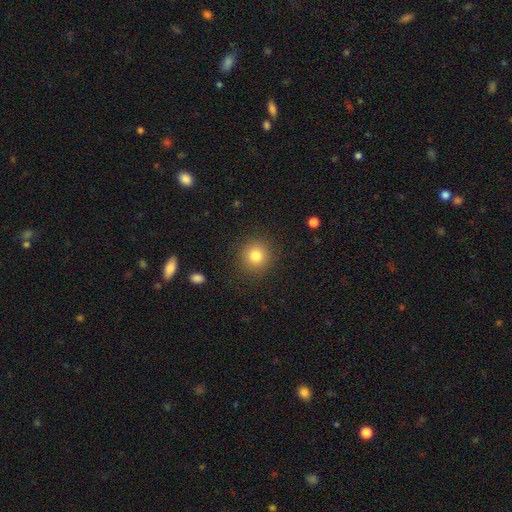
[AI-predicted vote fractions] Smooth or featured? smooth (81%)
How rounded? round (91%)
Merging? none (89%)